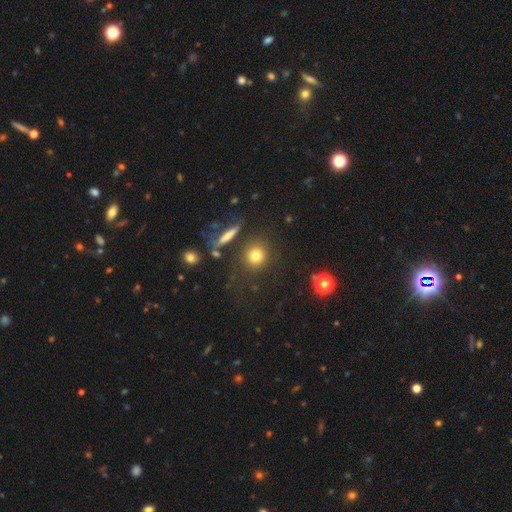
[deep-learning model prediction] A smooth galaxy with no disk features (77%) that is round (85%). Merging: none (80%).